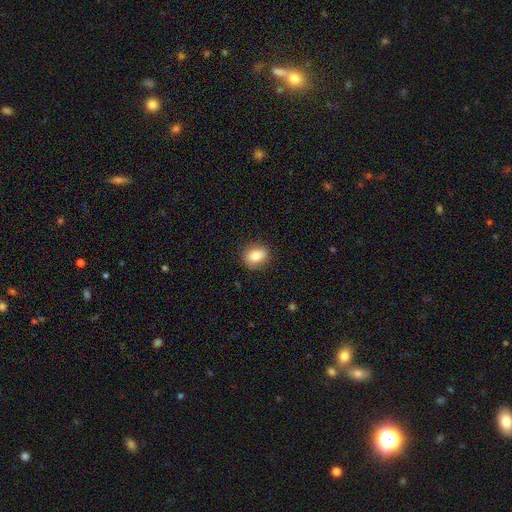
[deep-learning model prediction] The model was most divided on "how rounded": in between: 56%, round: 43%, cigar-shaped: 1%. More confident: merging — none (85%); smooth or featured — smooth (82%).